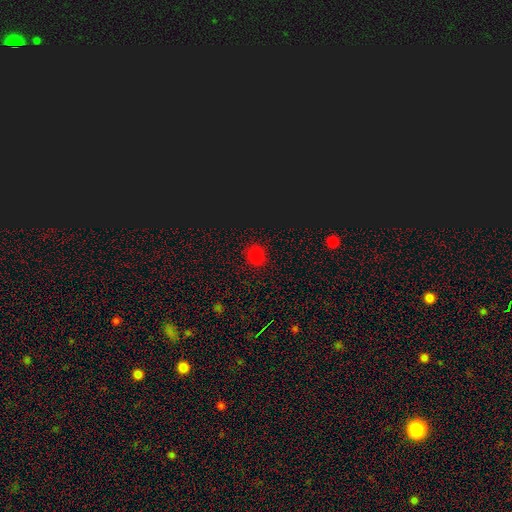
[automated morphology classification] Smooth or featured? smooth (76%)
How rounded? round (86%)
Merging? none (90%)